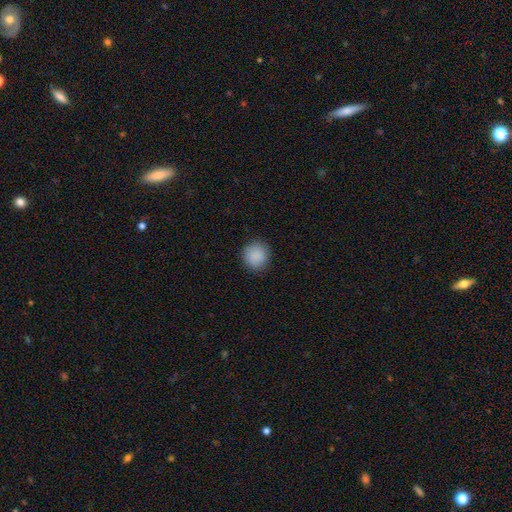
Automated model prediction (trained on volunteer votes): Smooth or featured? smooth (89%)
How rounded? round (90%)
Merging? none (90%)